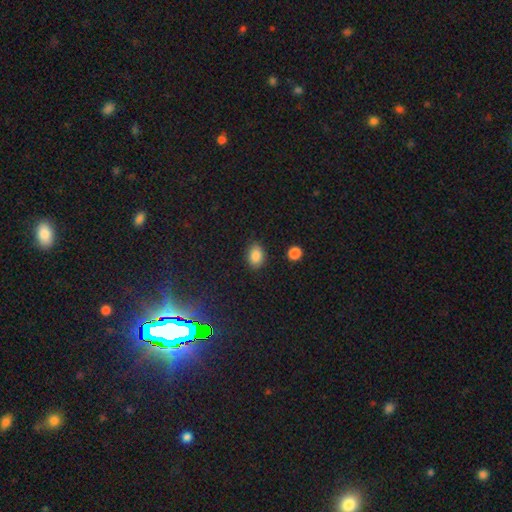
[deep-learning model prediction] The model was most divided on "how rounded": in between: 73%, round: 25%, cigar-shaped: 1%. More confident: smooth or featured — smooth (86%); merging — none (85%).